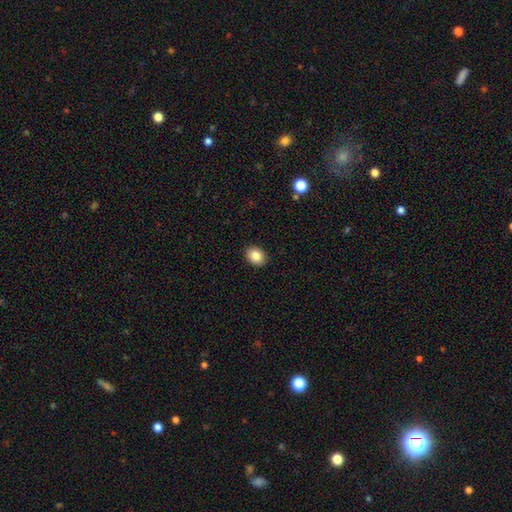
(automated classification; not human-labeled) A smooth galaxy with no disk features (85%) that is in between round and cigar-shaped (59%). Merging: none (91%).